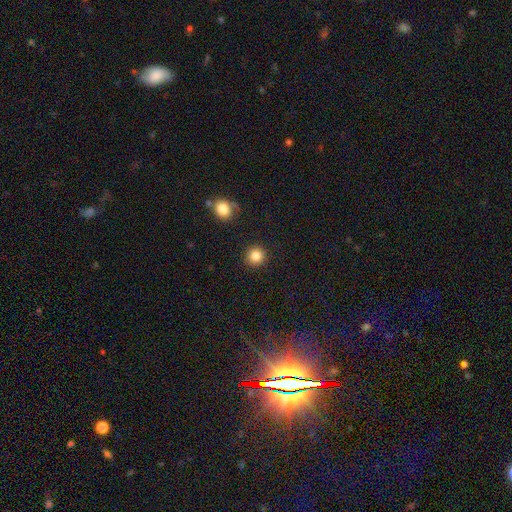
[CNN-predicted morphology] Smooth or featured? Predicted: smooth (p=0.86). How rounded? Predicted: round (p=0.94). Merging? Predicted: none (p=0.91).